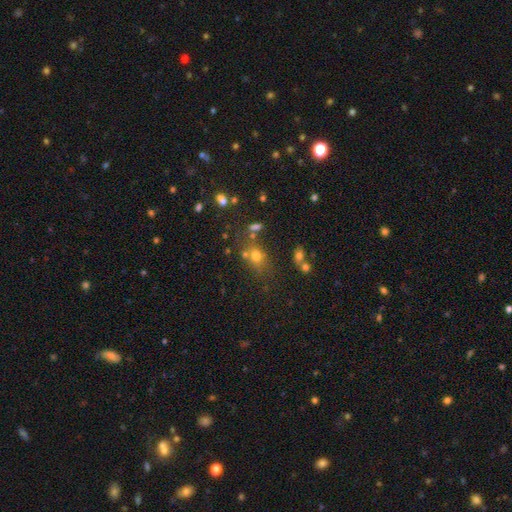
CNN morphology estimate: Q: Smooth or featured?
A: smooth (65%); runner-up: star or artifact (22%)
Q: How rounded?
A: round (52%); runner-up: in between (46%)
Q: Merging?
A: none (60%); runner-up: merger (18%)